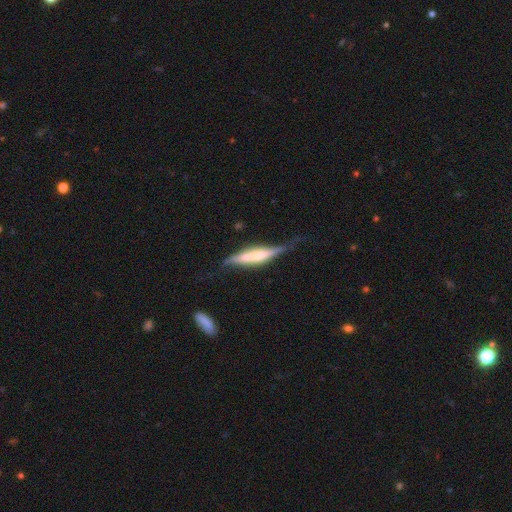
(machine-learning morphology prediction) Smooth or featured: featured or disk — 60% (smooth — 34%)
Edge-on disk: yes — 87% (no — 13%)
Edge-on bulge: rounded — 41% (boxy — 40%)
Merging: none — 49% (minor disturbance — 31%)